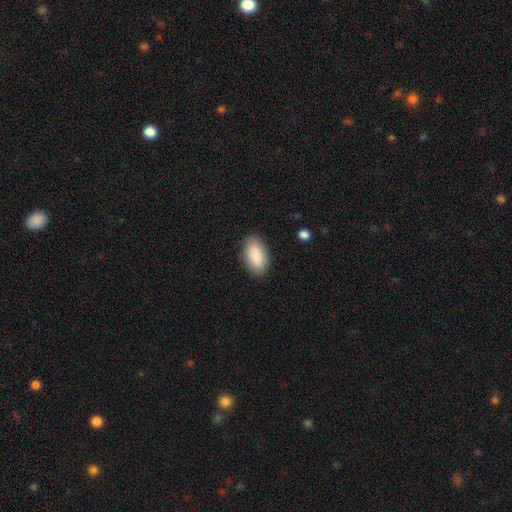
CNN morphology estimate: Smooth or featured: smooth — 90% (star or artifact — 6%)
How rounded: in between — 94% (cigar-shaped — 3%)
Merging: none — 87% (minor disturbance — 10%)